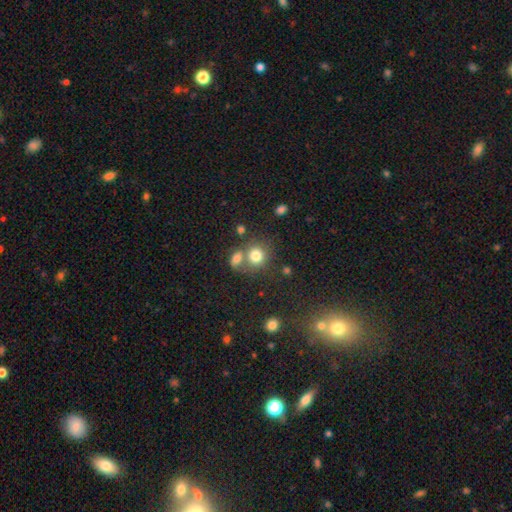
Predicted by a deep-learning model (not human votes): This appears to be a smooth galaxy with no disk features (78%) that is round (76%). Merging: none (51%).